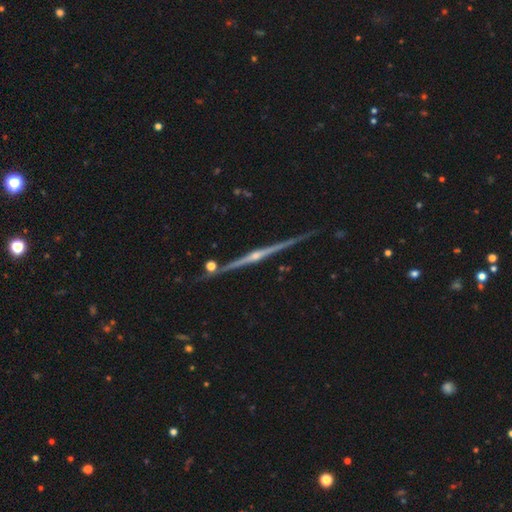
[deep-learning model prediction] Smooth or featured? Predicted: featured or disk (p=0.89). Edge-on disk? Predicted: yes (p=0.99). Edge-on bulge? Predicted: rounded (p=0.87). Merging? Predicted: none (p=0.85).